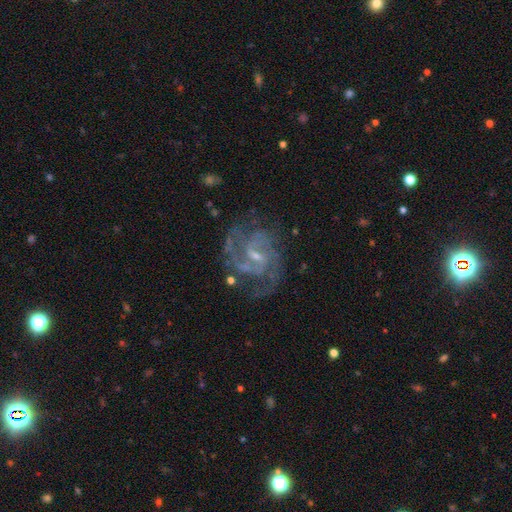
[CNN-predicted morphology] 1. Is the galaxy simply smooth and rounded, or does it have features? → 89% featured or disk, 7% star or artifact, 4% smooth.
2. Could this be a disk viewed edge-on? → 98% no, 2% yes.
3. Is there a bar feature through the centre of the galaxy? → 59% weak, 25% no, 16% strong.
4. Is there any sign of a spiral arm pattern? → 97% yes, 3% no.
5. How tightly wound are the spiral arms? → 52% medium, 36% tight, 11% loose.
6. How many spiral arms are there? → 48% 2, 23% 3, 14% can't tell, 6% 4, 4% 1, 4% more than 4.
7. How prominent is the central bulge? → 66% small, 22% moderate, 10% none, 1% large, 1% dominant.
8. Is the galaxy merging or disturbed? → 69% none, 17% minor disturbance, 11% major disturbance, 3% merger.